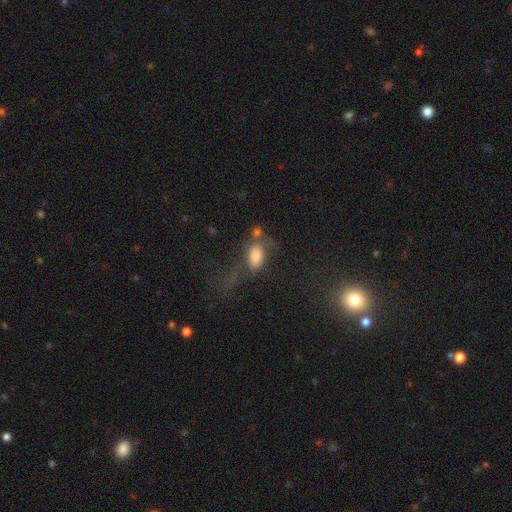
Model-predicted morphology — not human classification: The model was most divided on "merging": major disturbance: 36%, none: 28%, minor disturbance: 19%, merger: 17%. More confident: how rounded — in between (87%); smooth or featured — smooth (70%).